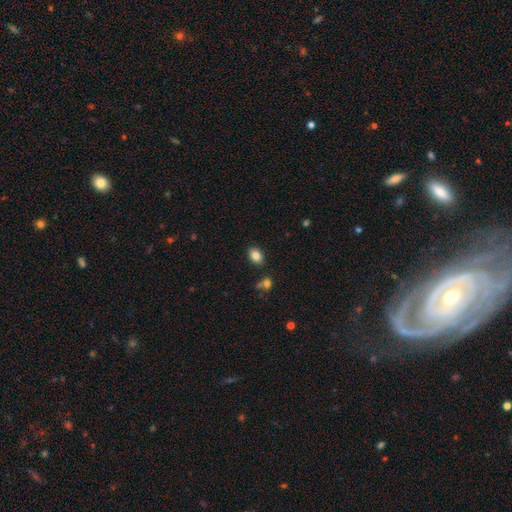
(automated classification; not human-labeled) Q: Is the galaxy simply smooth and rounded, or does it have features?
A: smooth — 84%.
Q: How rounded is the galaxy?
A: in between — 79%.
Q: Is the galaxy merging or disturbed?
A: none — 84%.